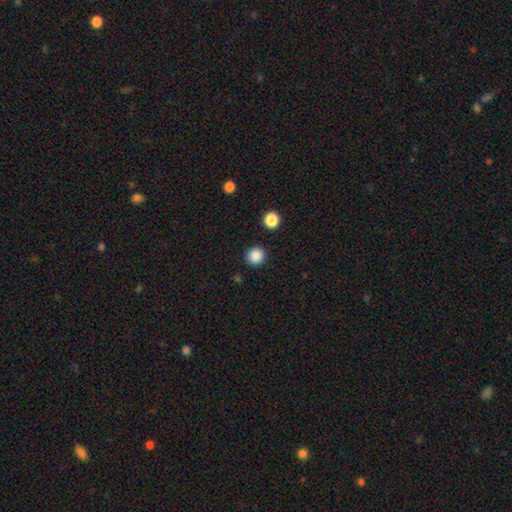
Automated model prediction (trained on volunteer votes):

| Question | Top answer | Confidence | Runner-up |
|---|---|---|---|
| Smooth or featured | smooth | 87% | star or artifact (10%) |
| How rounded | round | 92% | in between (7%) |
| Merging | none | 90% | minor disturbance (6%) |